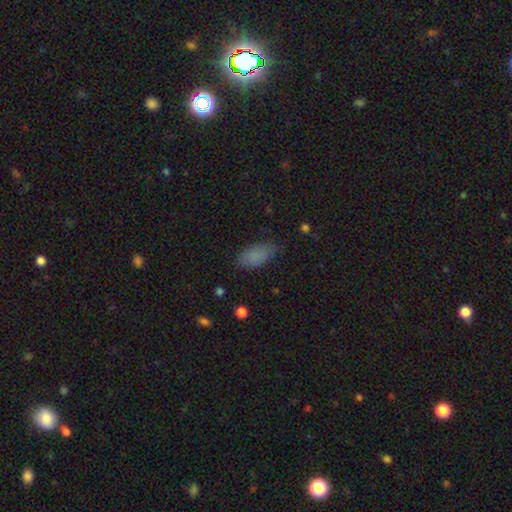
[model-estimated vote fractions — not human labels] Q: Smooth or featured?
A: smooth (84%); runner-up: star or artifact (10%)
Q: How rounded?
A: in between (91%); runner-up: cigar-shaped (6%)
Q: Merging?
A: none (76%); runner-up: minor disturbance (19%)